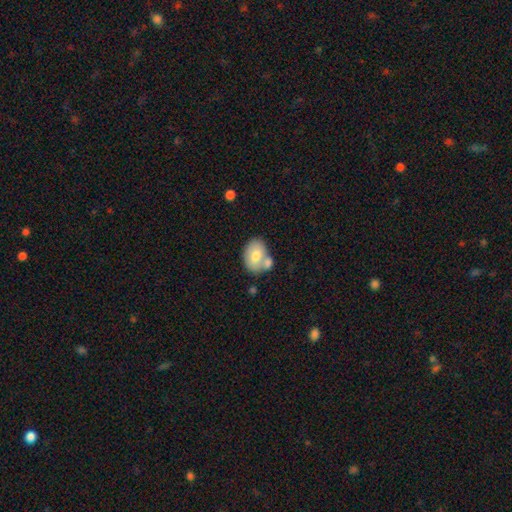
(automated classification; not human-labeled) Morphology: type=smooth (71%); roundness=in between (74%); merging=none (43%).